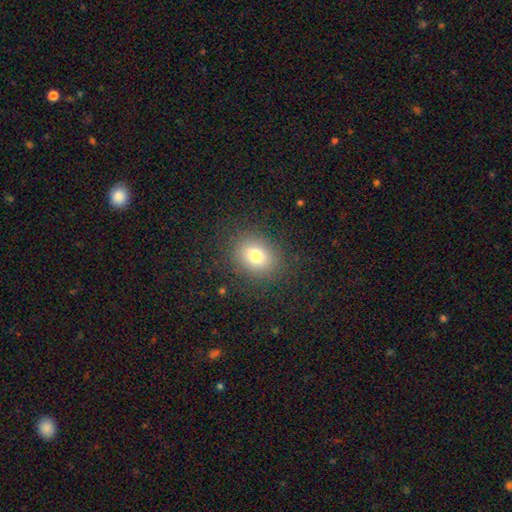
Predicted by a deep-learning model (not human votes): Overall: smooth (78%). How rounded: in between (51%; round 48%). Merging: none (86%).